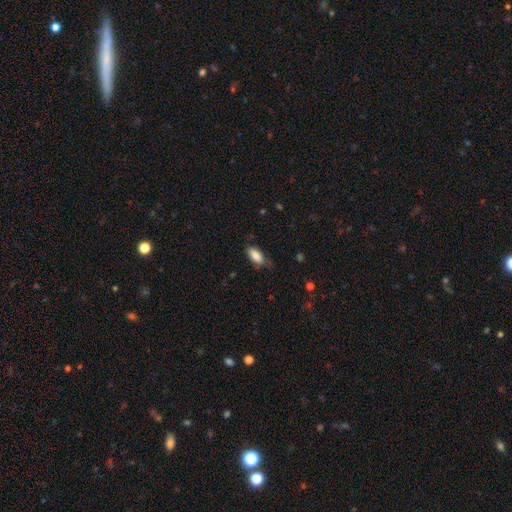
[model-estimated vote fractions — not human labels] smooth-or-featured: smooth: 84% | featured or disk: 8% | star or artifact: 7%
  how-rounded: in between: 86% | cigar-shaped: 11% | round: 2%
  merging: none: 63% | minor disturbance: 28% | major disturbance: 7% | merger: 2%